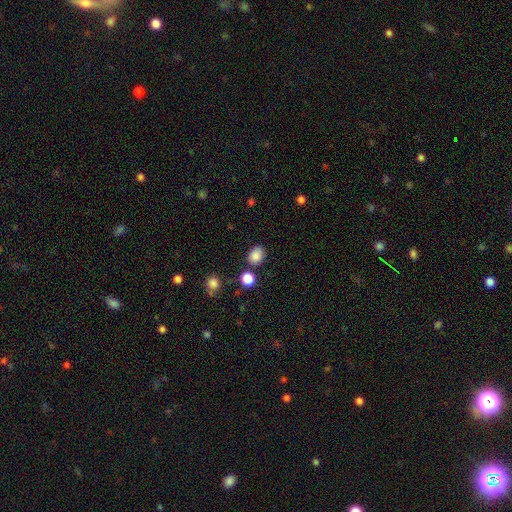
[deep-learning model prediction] Smooth or featured? smooth (86%)
How rounded? in between (51%)
Merging? none (78%)